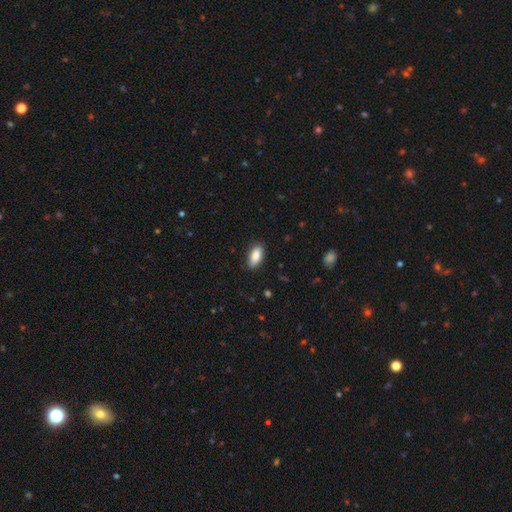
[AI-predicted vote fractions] The model was most divided on "merging": none: 85%, minor disturbance: 11%, major disturbance: 2%, merger: 1%. More confident: how rounded — in between (89%); smooth or featured — smooth (87%).